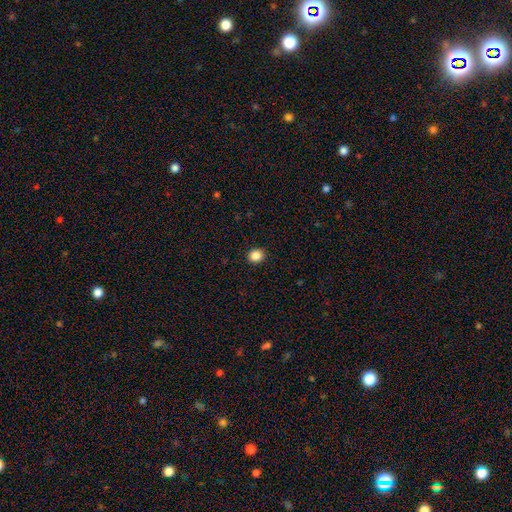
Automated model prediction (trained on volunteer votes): This is clearly a smooth galaxy (86%). How rounded: likely round (78%). Merging: clearly none (92%).